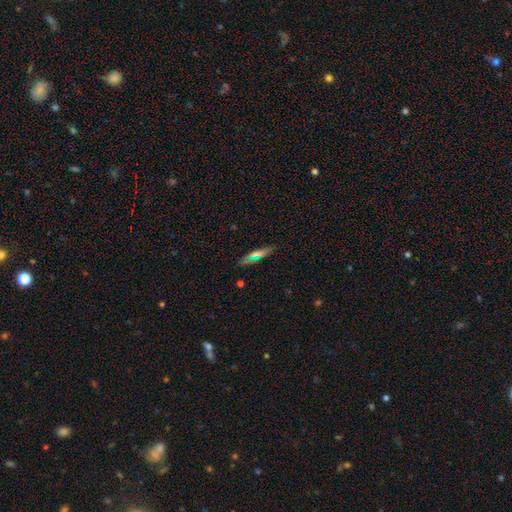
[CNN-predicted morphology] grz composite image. It shows a smooth galaxy with no disk features (55%) that is cigar-shaped (72%). Merging: none (84%).